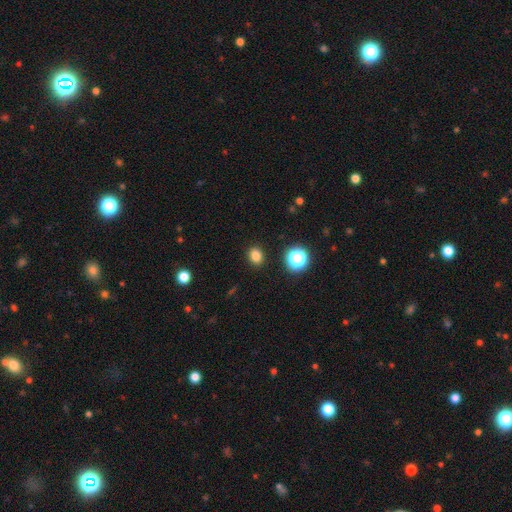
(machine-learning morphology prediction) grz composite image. It shows a smooth galaxy with no disk features (82%) that is round (53%). Merging: none (90%).